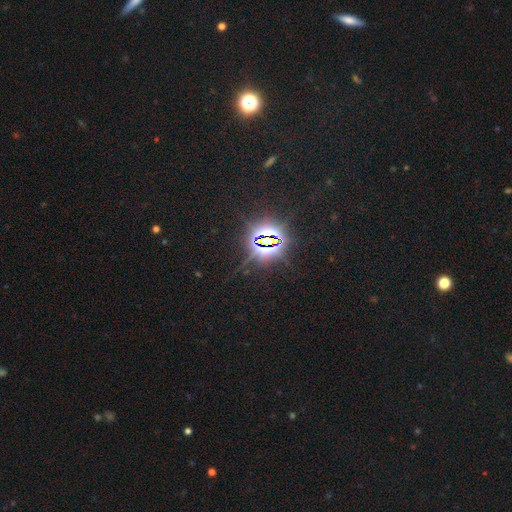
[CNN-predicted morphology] Smooth or featured? star or artifact (81%)